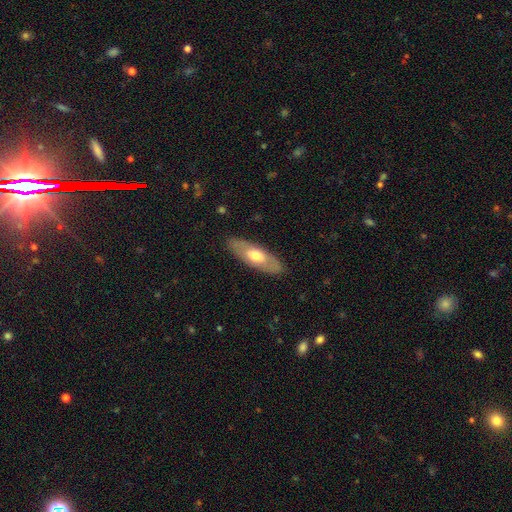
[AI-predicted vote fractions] A smooth galaxy with no disk features (55%) that is in between round and cigar-shaped (66%).

Vote fractions:
- Smooth or featured? smooth: 55% / featured or disk: 40% / star or artifact: 5%
- How rounded? in between: 66% / cigar-shaped: 31% / round: 3%
- Merging? none: 87% / minor disturbance: 10% / major disturbance: 2% / merger: 1%